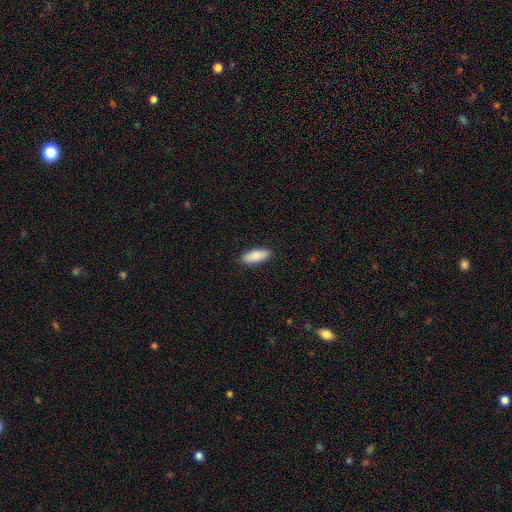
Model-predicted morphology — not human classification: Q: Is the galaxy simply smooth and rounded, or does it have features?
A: smooth — 88%.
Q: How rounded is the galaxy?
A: in between — 77%.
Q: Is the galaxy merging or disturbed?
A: none — 89%.